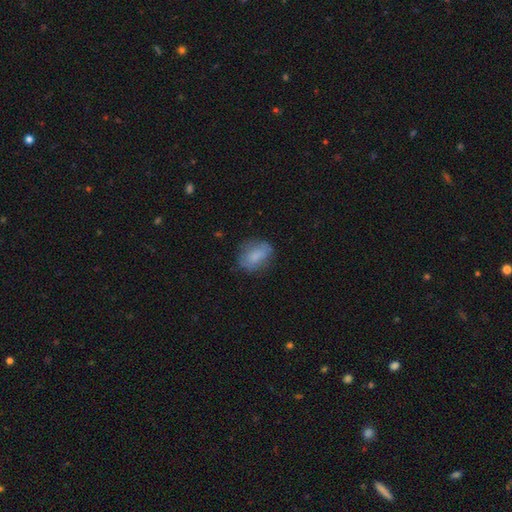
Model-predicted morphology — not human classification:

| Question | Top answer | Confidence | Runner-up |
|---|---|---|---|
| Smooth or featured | smooth | 74% | featured or disk (18%) |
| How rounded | in between | 71% | round (27%) |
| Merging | none | 65% | minor disturbance (24%) |